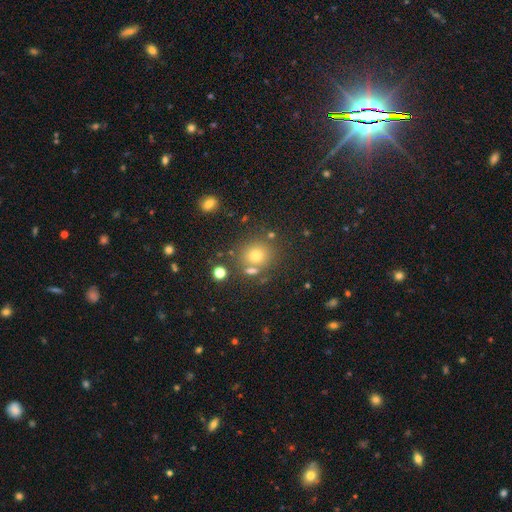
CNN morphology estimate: smooth-or-featured: smooth: 71% | star or artifact: 19% | featured or disk: 9%
  how-rounded: round: 83% | in between: 16% | cigar-shaped: 1%
  merging: none: 72% | merger: 14% | minor disturbance: 10% | major disturbance: 4%